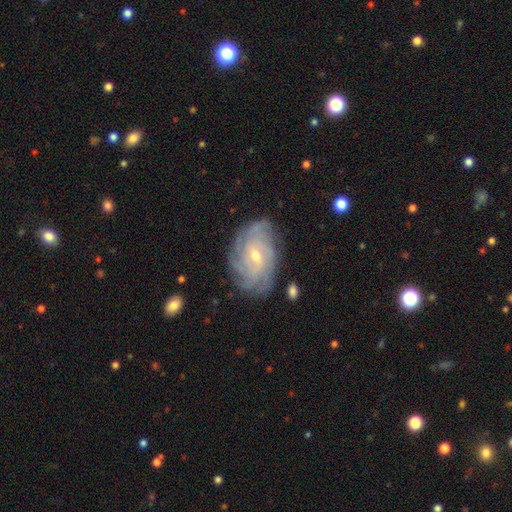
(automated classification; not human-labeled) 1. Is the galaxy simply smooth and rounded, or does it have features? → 84% featured or disk, 9% smooth, 6% star or artifact.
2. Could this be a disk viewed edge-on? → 97% no, 3% yes.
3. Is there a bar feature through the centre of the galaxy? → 52% no, 41% weak, 7% strong.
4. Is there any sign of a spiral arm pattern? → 96% yes, 4% no.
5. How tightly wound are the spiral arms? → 68% tight, 25% medium, 7% loose.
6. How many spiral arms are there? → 36% can't tell, 24% 4, 15% more than 4, 11% 3, 8% 2, 6% 1.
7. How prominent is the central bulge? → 61% small, 36% moderate, 1% large, 1% none, 1% dominant.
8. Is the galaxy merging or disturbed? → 78% none, 16% minor disturbance, 5% major disturbance, 1% merger.